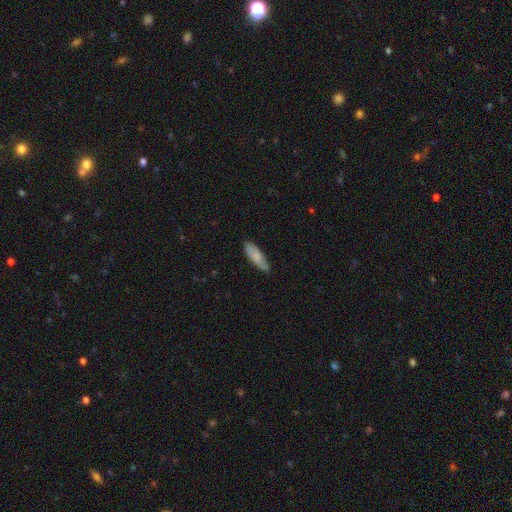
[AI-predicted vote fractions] A smooth galaxy with no disk features (79%) that is cigar-shaped (49%, tied with in between). Merging: none (79%).